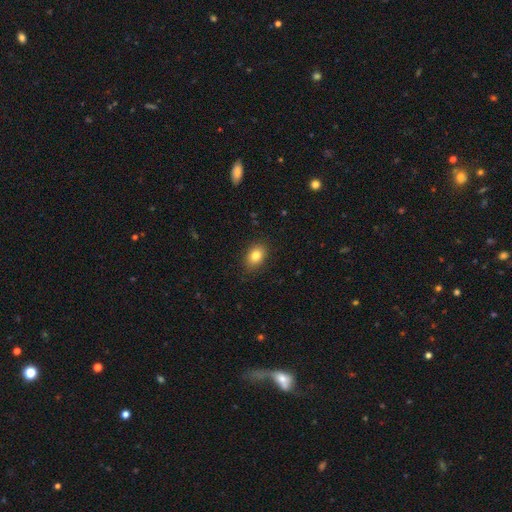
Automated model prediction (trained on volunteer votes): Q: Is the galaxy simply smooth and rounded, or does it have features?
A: smooth — 82%.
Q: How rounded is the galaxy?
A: in between — 74%.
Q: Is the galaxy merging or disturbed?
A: none — 87%.